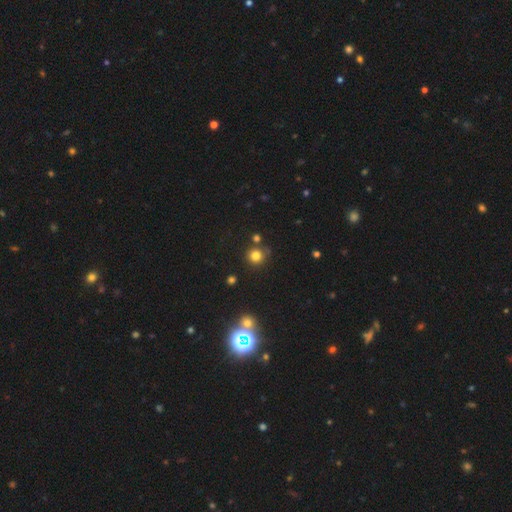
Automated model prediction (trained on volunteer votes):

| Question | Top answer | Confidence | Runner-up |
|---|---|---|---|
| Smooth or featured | smooth | 78% | star or artifact (16%) |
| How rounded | round | 93% | in between (6%) |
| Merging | none | 80% | minor disturbance (9%) |